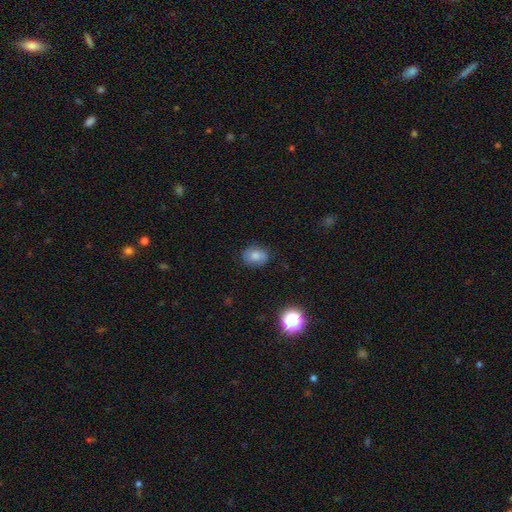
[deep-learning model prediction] Overall: smooth (79%). How rounded: in between (59%; round 40%). Merging: none (82%).